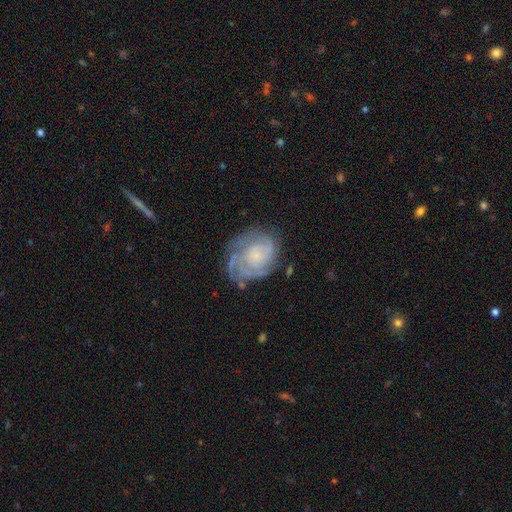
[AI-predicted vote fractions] featured or disk 76%, smooth 17%, star or artifact 7%. Down the decision tree: edge-on disk — no (98%); bar — no (75%); spiral arms — yes (91%); spiral arm count — can't tell (39%); spiral winding — tight (61%); bulge size — small (44%); merging — none (65%).